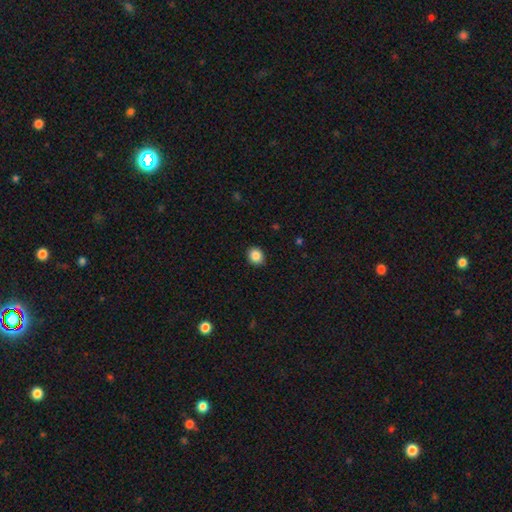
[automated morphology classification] type=smooth (87%); roundness=round (76%); merging=none (89%).